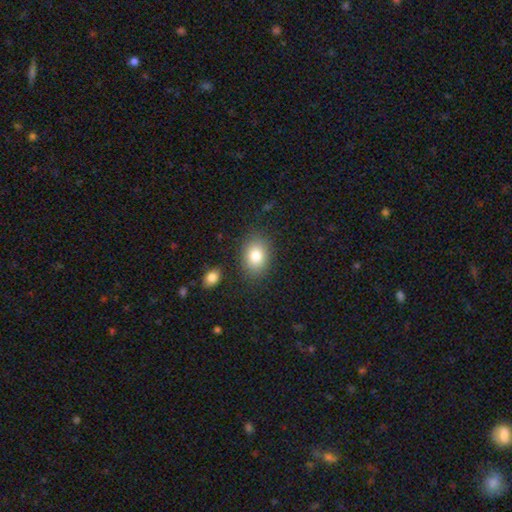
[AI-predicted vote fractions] Smooth or featured? Predicted: smooth (p=0.83). How rounded? Predicted: in between (p=0.71). Merging? Predicted: none (p=0.83).